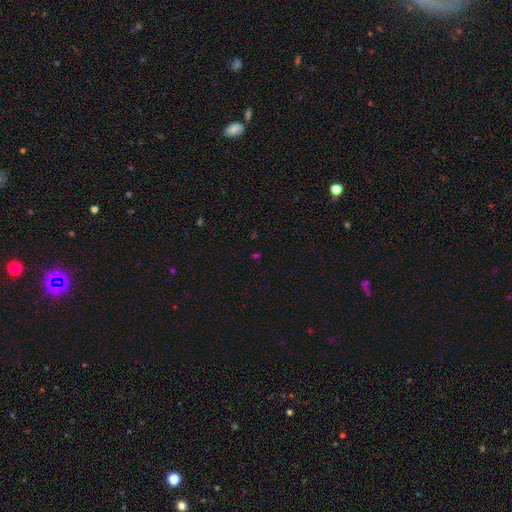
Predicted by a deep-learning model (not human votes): The model was most divided on "smooth or featured": star or artifact: 57%, smooth: 36%, featured or disk: 7%.